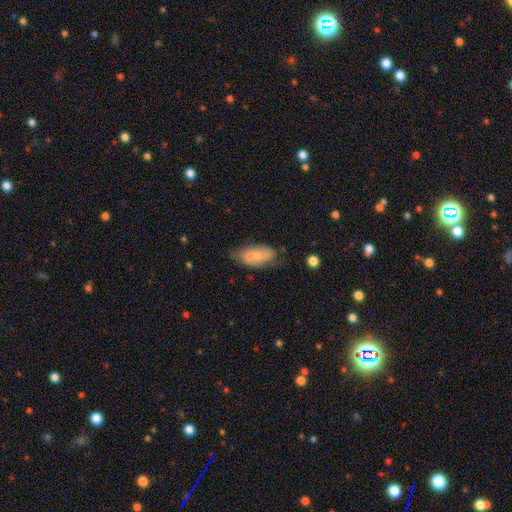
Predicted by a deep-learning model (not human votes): Smooth or featured? Predicted: smooth (p=0.50). How rounded? Predicted: in between (p=0.88). Merging? Predicted: none (p=0.57).